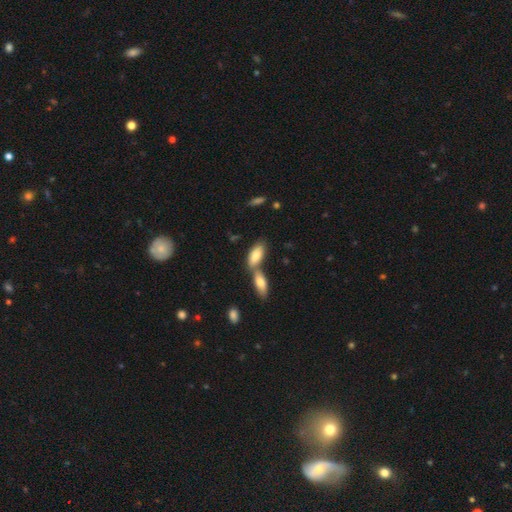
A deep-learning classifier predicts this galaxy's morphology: Overall: smooth (81%). How rounded: in between (83%). Merging: merger (48%; none 39%).